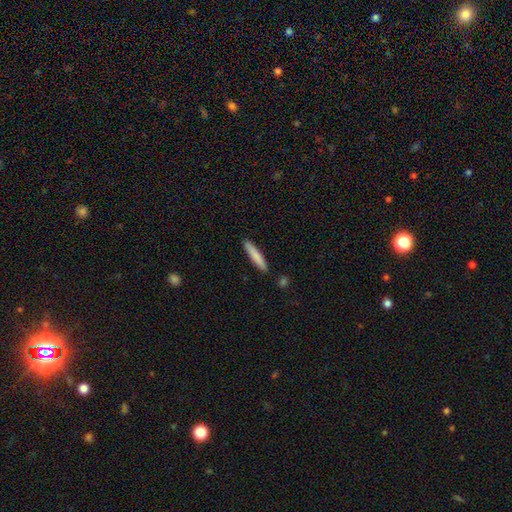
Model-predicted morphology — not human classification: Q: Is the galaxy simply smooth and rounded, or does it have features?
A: smooth — 81%.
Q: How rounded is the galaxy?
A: cigar-shaped — 91%.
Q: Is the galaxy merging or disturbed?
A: none — 88%.